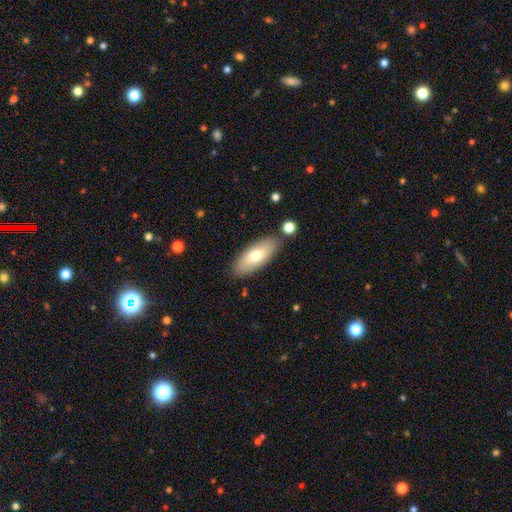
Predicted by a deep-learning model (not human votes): A smooth galaxy with no disk features (67%) that is in between round and cigar-shaped (77%). Merging: none (82%).